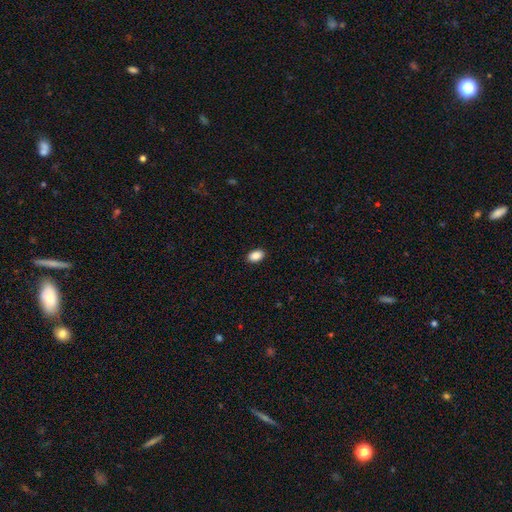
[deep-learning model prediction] The model was most divided on "how rounded": in between: 89%, round: 10%, cigar-shaped: 1%. More confident: merging — none (91%); smooth or featured — smooth (89%).